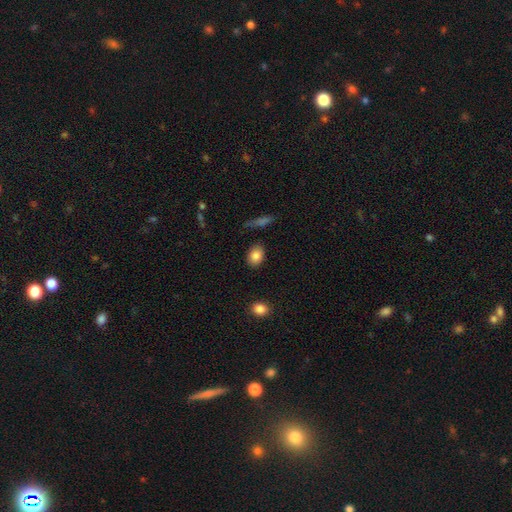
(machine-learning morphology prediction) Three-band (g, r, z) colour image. It shows a smooth galaxy with no disk features (85%) that is in between round and cigar-shaped (68%). Merging: none (85%).